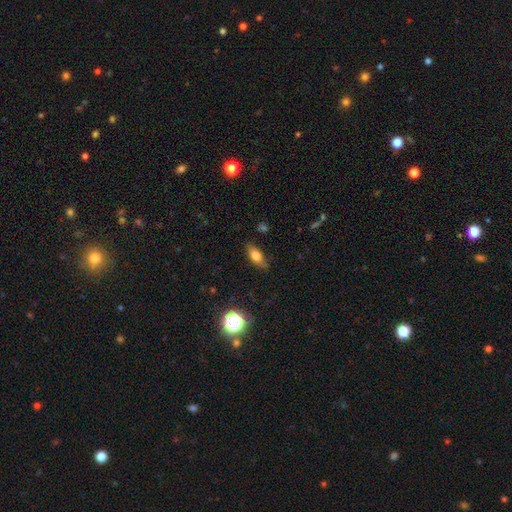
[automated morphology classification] Smooth or featured: smooth — 72% (featured or disk — 18%)
How rounded: in between — 77% (cigar-shaped — 17%)
Merging: none — 79% (minor disturbance — 16%)